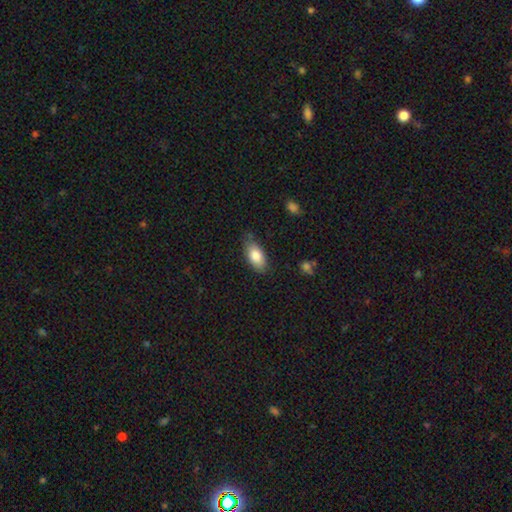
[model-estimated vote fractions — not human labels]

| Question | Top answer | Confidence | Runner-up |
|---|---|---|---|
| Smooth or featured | smooth | 83% | featured or disk (11%) |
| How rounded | in between | 89% | cigar-shaped (8%) |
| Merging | none | 73% | minor disturbance (21%) |